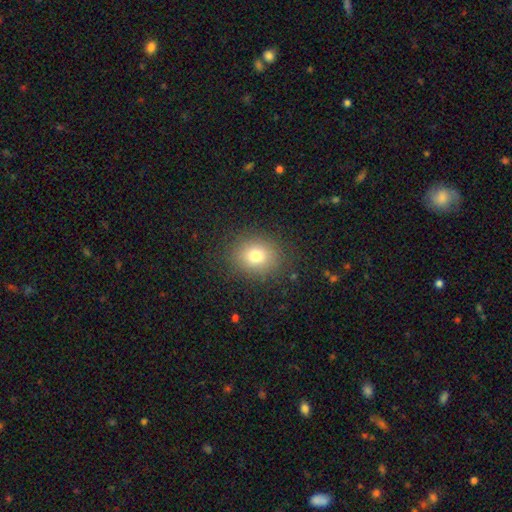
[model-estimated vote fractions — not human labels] smooth_or_featured: smooth (p=0.77) [alt: star or artifact p=0.13]
how_rounded: round (p=0.66) [alt: in between p=0.33]
merging: none (p=0.86) [alt: minor disturbance p=0.09]